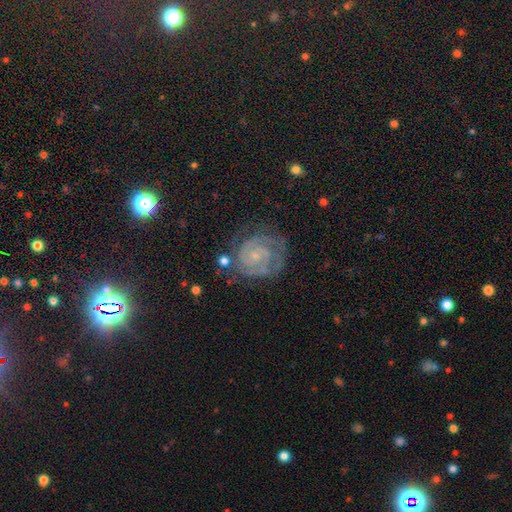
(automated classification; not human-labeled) featured or disk 87%, star or artifact 7%, smooth 6%. Down the decision tree: edge-on disk — no (98%); bar — no (65%); spiral arms — yes (98%); spiral arm count — 2 (64%); spiral winding — tight (76%); bulge size — small (79%); merging — none (72%).